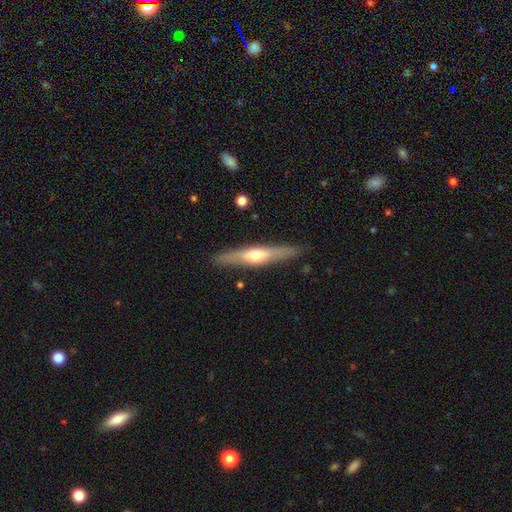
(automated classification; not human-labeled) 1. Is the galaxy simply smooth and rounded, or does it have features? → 59% featured or disk, 36% smooth, 5% star or artifact.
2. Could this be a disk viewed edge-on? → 90% yes, 10% no.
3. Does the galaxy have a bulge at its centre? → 85% rounded, 10% none, 5% boxy.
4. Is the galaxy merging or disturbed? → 87% none, 9% minor disturbance, 2% major disturbance, 1% merger.